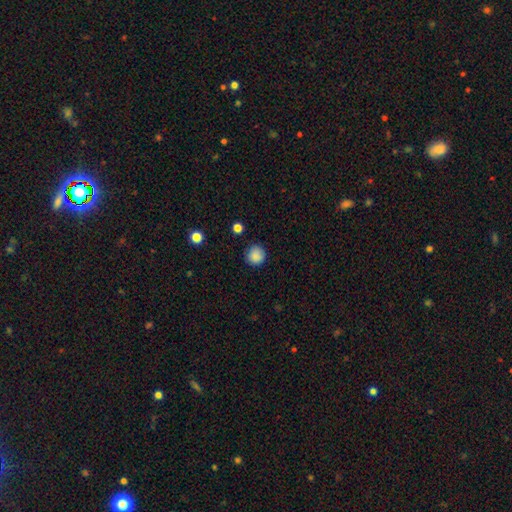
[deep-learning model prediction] smooth-or-featured: smooth: 87% | star or artifact: 10% | featured or disk: 3%
  how-rounded: round: 94% | in between: 6% | cigar-shaped: 1%
  merging: none: 86% | minor disturbance: 10% | major disturbance: 2% | merger: 1%